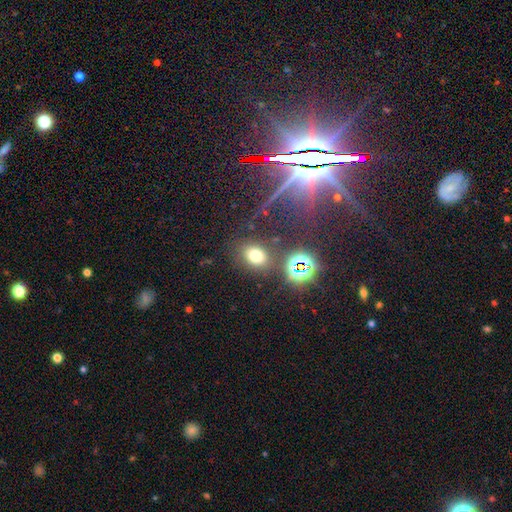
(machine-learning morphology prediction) Smooth or featured? smooth (67%)
How rounded? in between (52%)
Merging? none (80%)